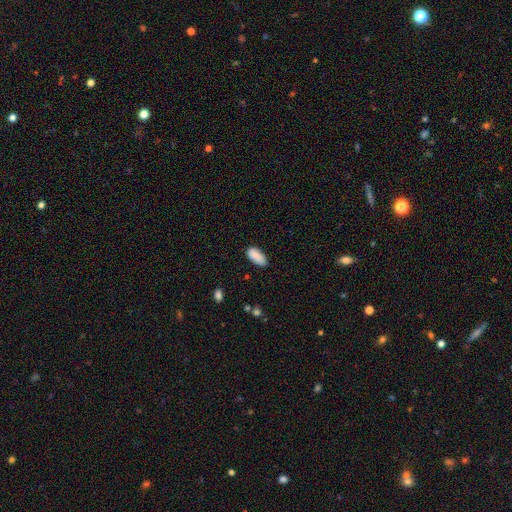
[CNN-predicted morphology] This is clearly a smooth galaxy (88%). How rounded: clearly in between (89%). Merging: likely none (79%).